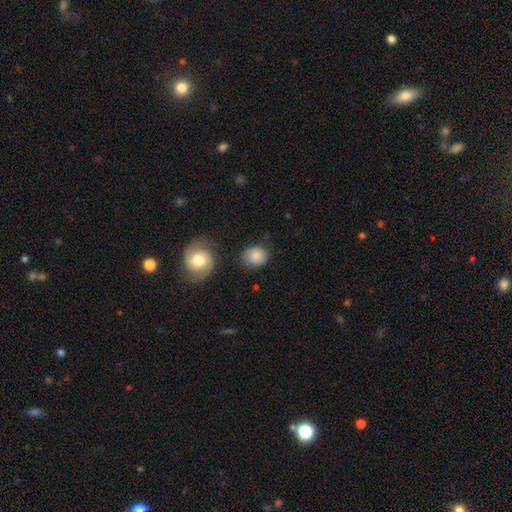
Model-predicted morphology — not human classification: Smooth or featured?
  - smooth: 83% *
  - featured or disk: 9%
  - star or artifact: 7%
How rounded?
  - round: 63% *
  - in between: 36%
  - cigar-shaped: 1%
Merging?
  - none: 76% *
  - minor disturbance: 15%
  - merger: 5%
  - major disturbance: 4%